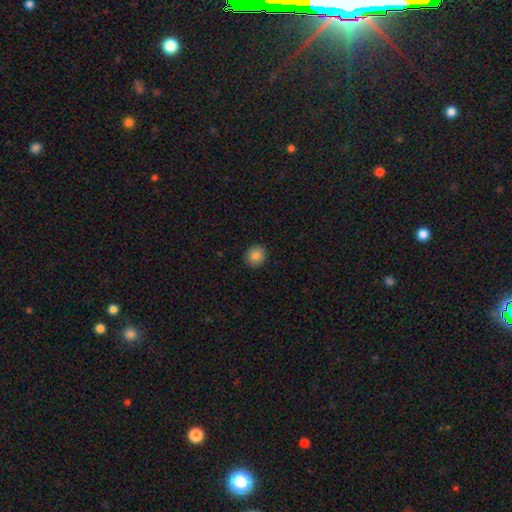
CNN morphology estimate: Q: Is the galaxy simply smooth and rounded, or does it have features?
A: smooth — 83%.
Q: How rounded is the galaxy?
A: round — 89%.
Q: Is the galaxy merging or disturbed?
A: none — 91%.